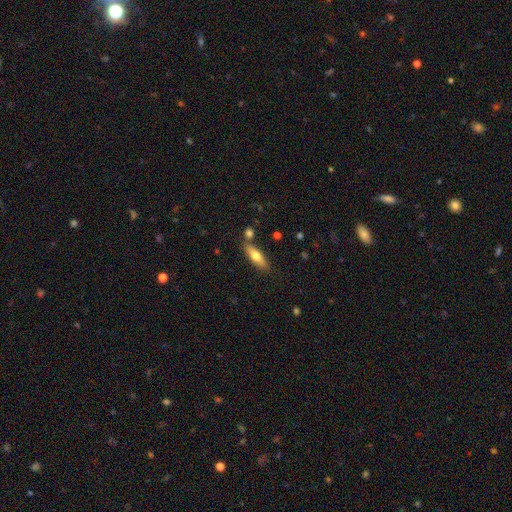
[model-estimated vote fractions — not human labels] Smooth or featured? smooth (67%)
How rounded? cigar-shaped (50%)
Merging? none (76%)